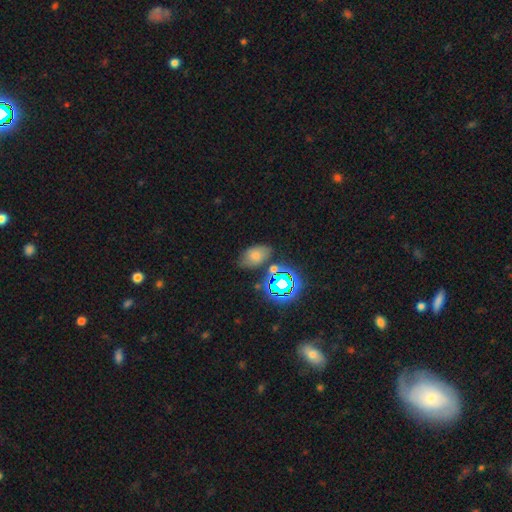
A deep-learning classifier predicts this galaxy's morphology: Smooth or featured: smooth — 49% (star or artifact — 36%)
Merging: none — 73% (minor disturbance — 15%)